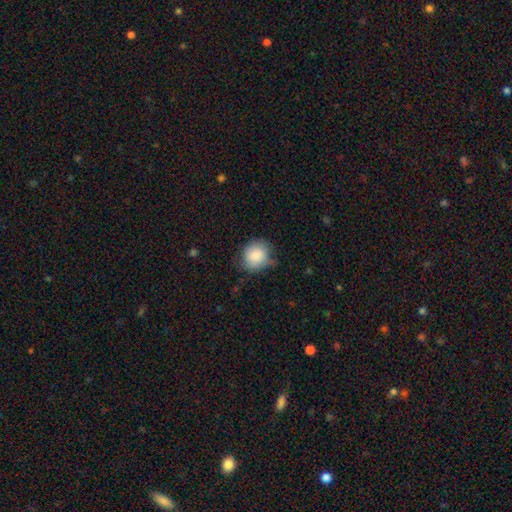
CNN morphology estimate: Smooth or featured? smooth (84%)
How rounded? round (78%)
Merging? none (58%)